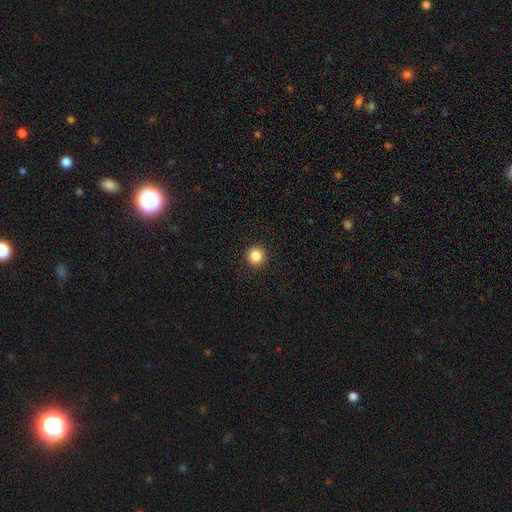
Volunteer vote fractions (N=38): This is clearly a smooth galaxy (89%). How rounded: clearly round (88%). Merging: clearly none (94%).